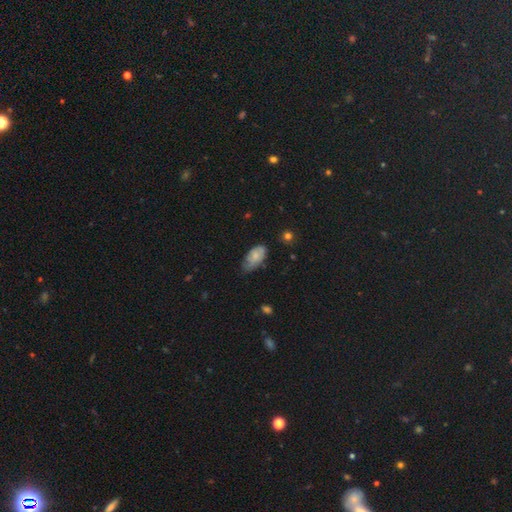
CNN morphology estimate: smooth_or_featured: smooth (p=0.69) [alt: featured or disk p=0.24]
how_rounded: in between (p=0.92) [alt: cigar-shaped p=0.05]
merging: none (p=0.47) [alt: minor disturbance p=0.41]